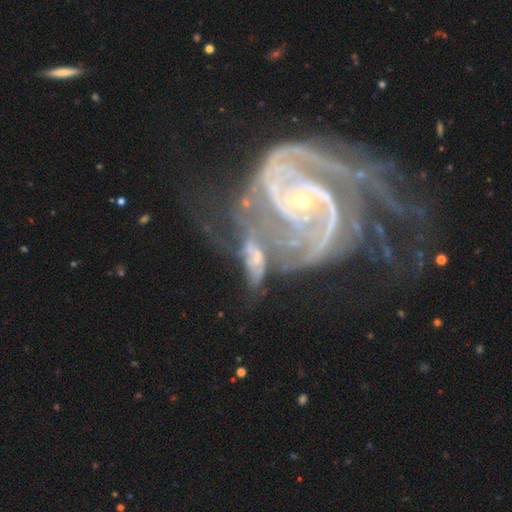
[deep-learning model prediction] Smooth or featured? featured or disk (75%)
Edge-on disk? no (95%)
Bar? no (62%)
Spiral arms? yes (82%)
Spiral winding? tight (45%)
Spiral arm count? 2 (35%)
Bulge size? small (53%)
Merging? merger (39%)